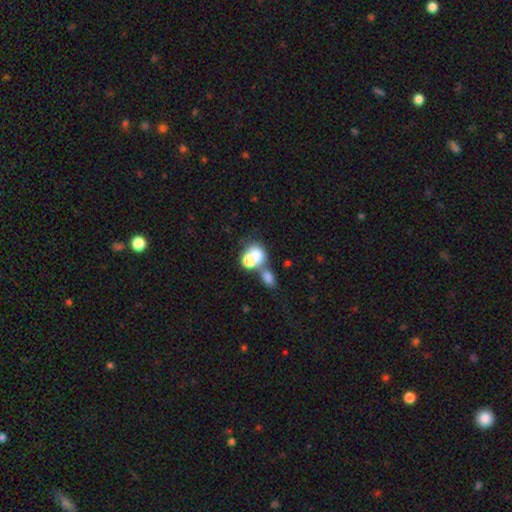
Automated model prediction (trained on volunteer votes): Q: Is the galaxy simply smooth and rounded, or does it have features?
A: smooth — 64%.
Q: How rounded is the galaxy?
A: round — 51%.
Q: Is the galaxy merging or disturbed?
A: merger — 59%.